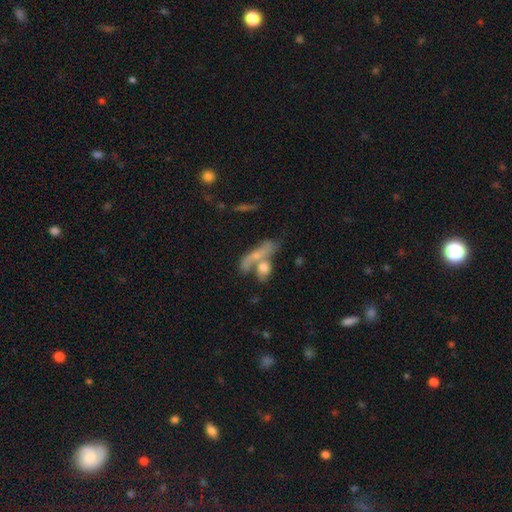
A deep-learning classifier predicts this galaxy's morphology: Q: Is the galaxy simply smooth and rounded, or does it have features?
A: featured or disk — 44%, tied with smooth.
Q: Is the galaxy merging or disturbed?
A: merger — 42%.